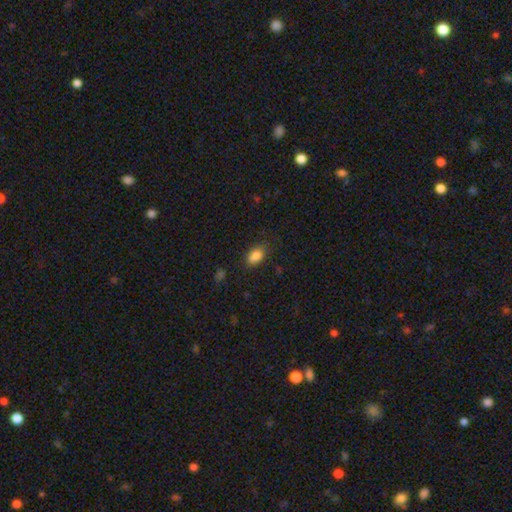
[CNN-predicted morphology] smooth_or_featured: smooth (p=0.84) [alt: star or artifact p=0.09]
how_rounded: in between (p=0.85) [alt: round p=0.13]
merging: none (p=0.74) [alt: minor disturbance p=0.18]